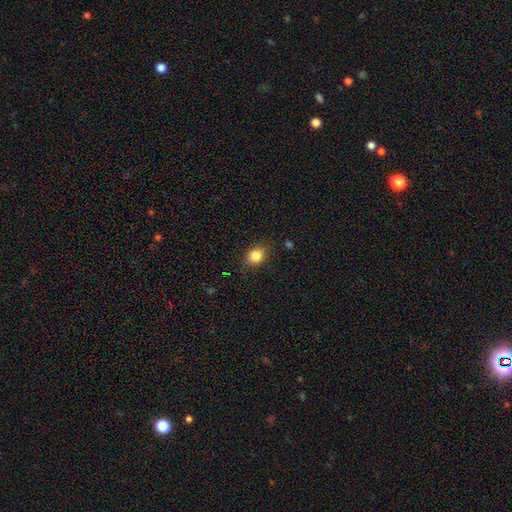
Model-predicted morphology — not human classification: smooth-or-featured: smooth: 84% | star or artifact: 10% | featured or disk: 6%
  how-rounded: round: 54% | in between: 45% | cigar-shaped: 1%
  merging: none: 84% | minor disturbance: 12% | major disturbance: 3% | merger: 1%